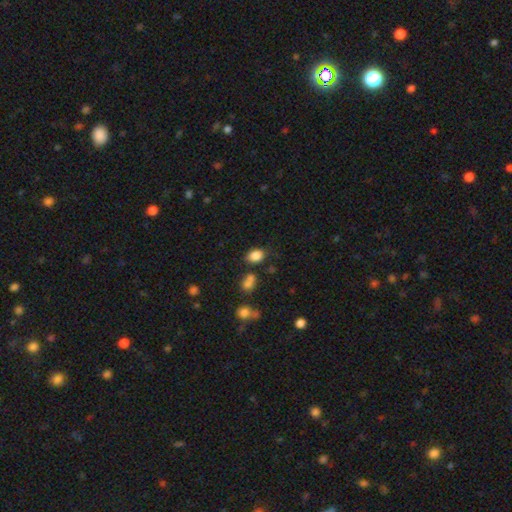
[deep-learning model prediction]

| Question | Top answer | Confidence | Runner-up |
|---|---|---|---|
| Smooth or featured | smooth | 84% | star or artifact (11%) |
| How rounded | in between | 70% | round (28%) |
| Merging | none | 70% | minor disturbance (17%) |